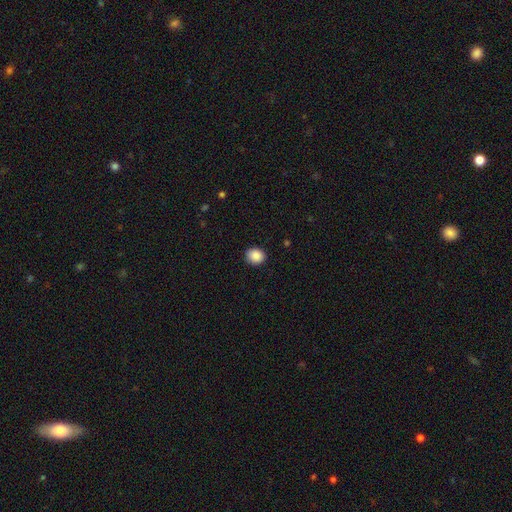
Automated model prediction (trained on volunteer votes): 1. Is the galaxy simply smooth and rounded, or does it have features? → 89% smooth, 8% star or artifact, 3% featured or disk.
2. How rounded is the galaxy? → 70% round, 30% in between, 1% cigar-shaped.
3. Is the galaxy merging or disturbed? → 90% none, 7% minor disturbance, 2% major disturbance, 1% merger.